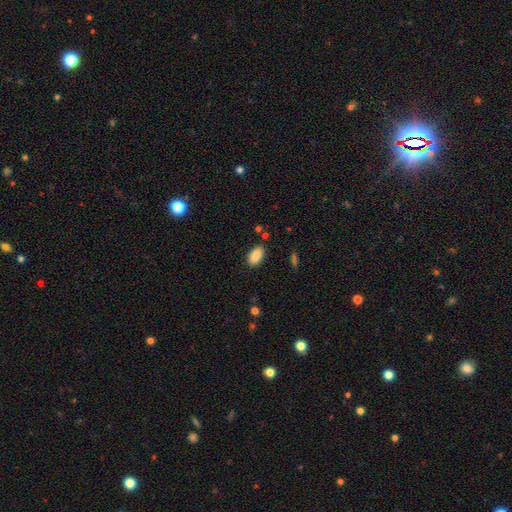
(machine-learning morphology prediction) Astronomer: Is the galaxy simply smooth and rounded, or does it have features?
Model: smooth — 88%.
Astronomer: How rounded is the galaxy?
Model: in between — 93%.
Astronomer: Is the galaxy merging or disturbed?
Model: none — 85%.